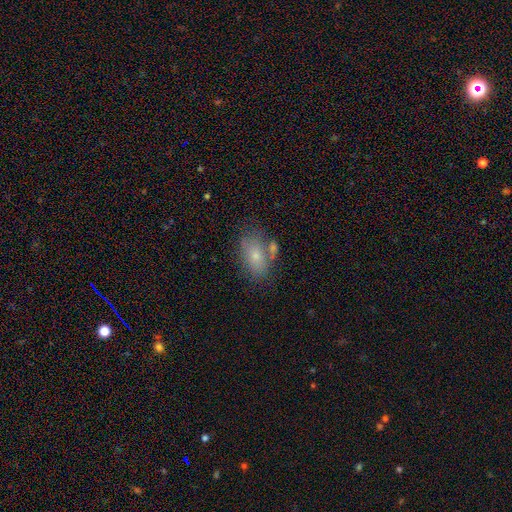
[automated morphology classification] Smooth or featured? smooth (73%)
How rounded? in between (87%)
Merging? none (60%)